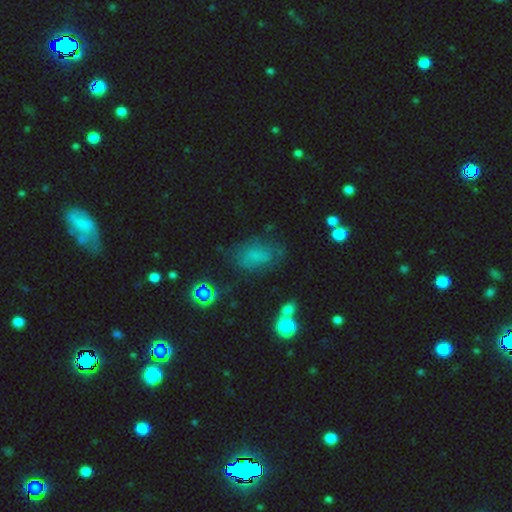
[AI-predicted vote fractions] smooth-or-featured: smooth: 58% | star or artifact: 24% | featured or disk: 19%
  how-rounded: in between: 79% | round: 18% | cigar-shaped: 3%
  merging: none: 59% | minor disturbance: 24% | major disturbance: 13% | merger: 4%